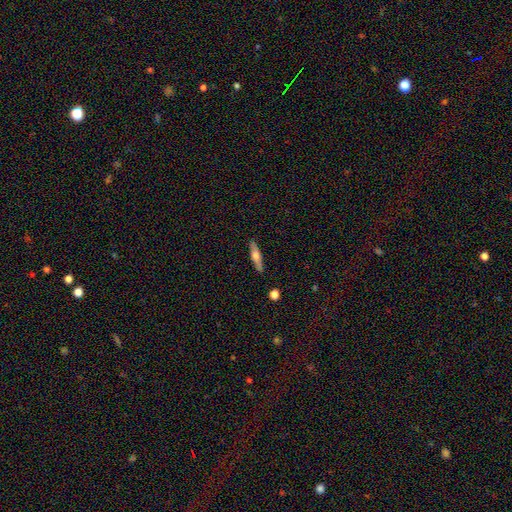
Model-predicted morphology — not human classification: Smooth or featured? featured or disk (47%, tied with smooth)
Merging? none (88%)